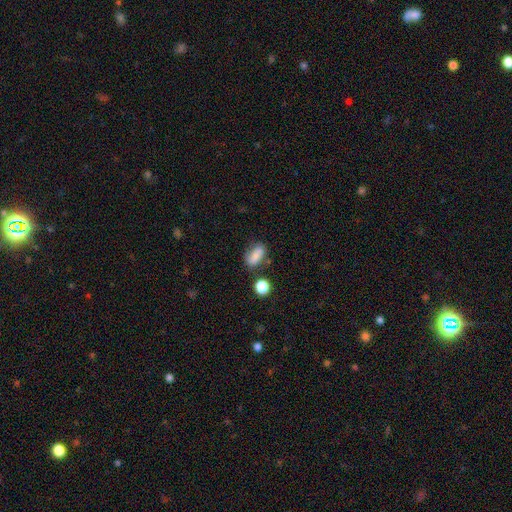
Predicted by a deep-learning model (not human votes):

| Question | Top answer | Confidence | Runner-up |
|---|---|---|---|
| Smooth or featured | smooth | 75% | featured or disk (14%) |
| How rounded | in between | 81% | round (11%) |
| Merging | none | 65% | minor disturbance (21%) |